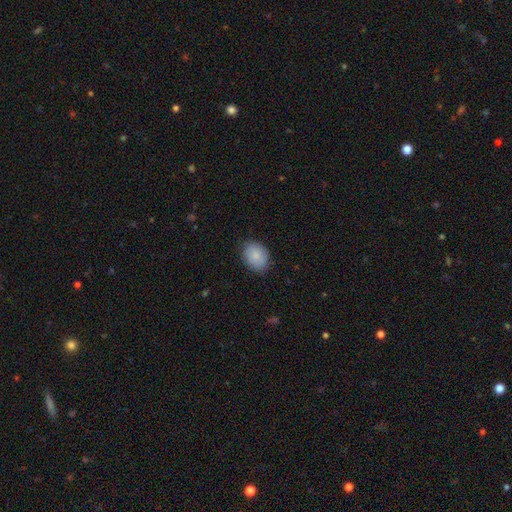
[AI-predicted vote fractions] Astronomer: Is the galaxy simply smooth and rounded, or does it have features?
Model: smooth — 86%.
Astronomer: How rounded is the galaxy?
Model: in between — 62% (runner-up: round, 37%).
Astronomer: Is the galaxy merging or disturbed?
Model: none — 82%.